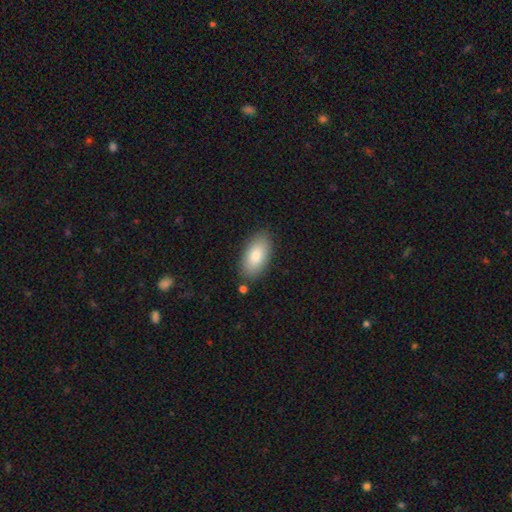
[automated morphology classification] The model was most divided on "merging": none: 83%, minor disturbance: 12%, merger: 3%, major disturbance: 3%. More confident: how rounded — in between (94%); smooth or featured — smooth (83%).